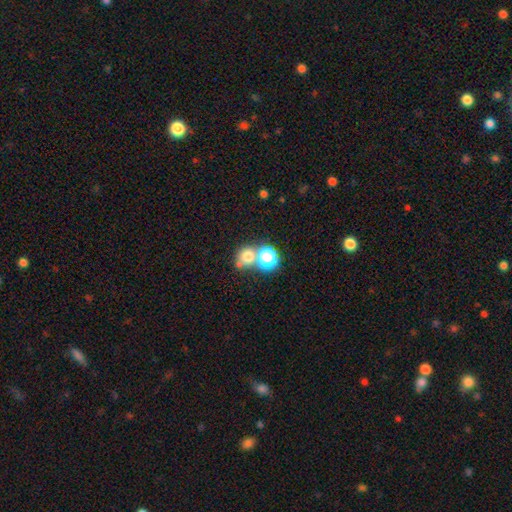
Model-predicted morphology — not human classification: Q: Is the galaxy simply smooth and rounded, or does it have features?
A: smooth — 45%.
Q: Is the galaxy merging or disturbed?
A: none — 59%.